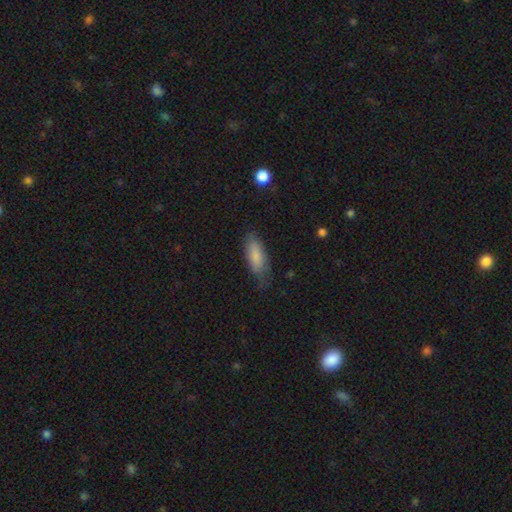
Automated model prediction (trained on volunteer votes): Smooth or featured? smooth (83%)
How rounded? in between (69%)
Merging? none (68%)